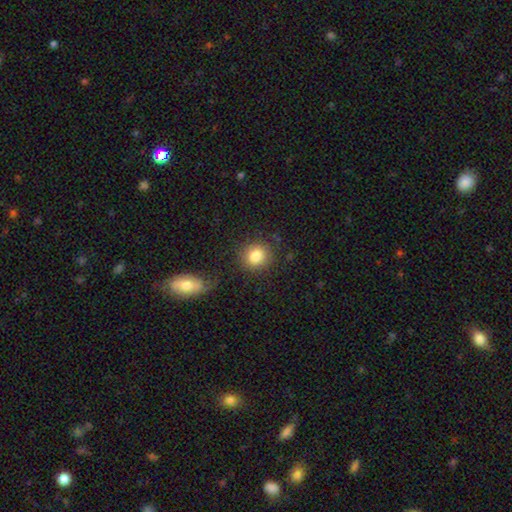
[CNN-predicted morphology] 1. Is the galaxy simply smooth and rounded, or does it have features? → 84% smooth, 9% star or artifact, 7% featured or disk.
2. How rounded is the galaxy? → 82% round, 17% in between, 1% cigar-shaped.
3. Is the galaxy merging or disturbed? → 81% none, 11% minor disturbance, 4% major disturbance, 4% merger.